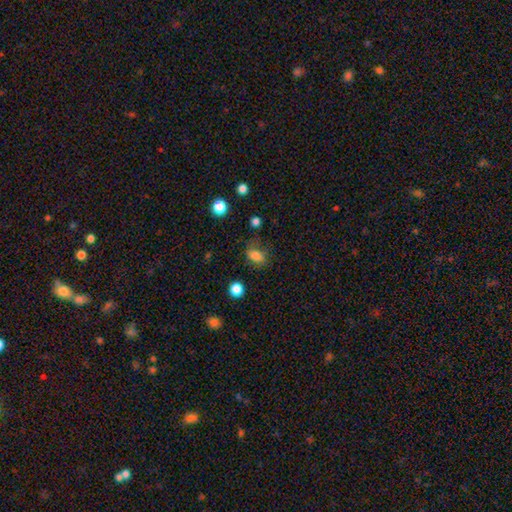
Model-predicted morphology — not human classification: A smooth galaxy with no disk features (79%) that is in between round and cigar-shaped (73%). Merging: none (64%).